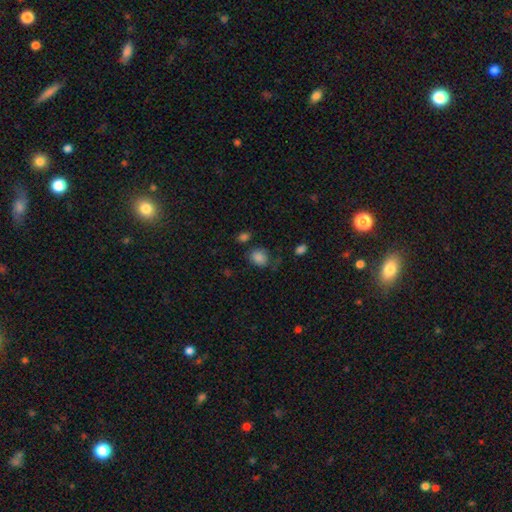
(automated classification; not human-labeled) Morphology: type=smooth (63%); roundness=round (68%); merging=none (69%).